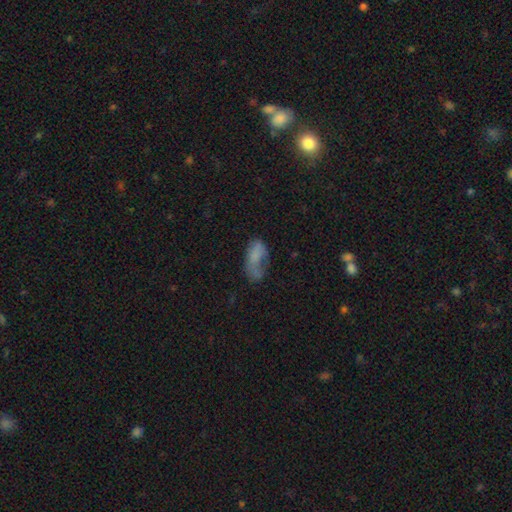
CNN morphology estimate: A smooth galaxy with no disk features (66%) that is in between round and cigar-shaped (89%).

Vote fractions:
- Smooth or featured? smooth: 66% / featured or disk: 22% / star or artifact: 12%
- How rounded? in between: 89% / cigar-shaped: 6% / round: 4%
- Merging? major disturbance: 35% / none: 30% / minor disturbance: 27% / merger: 9%